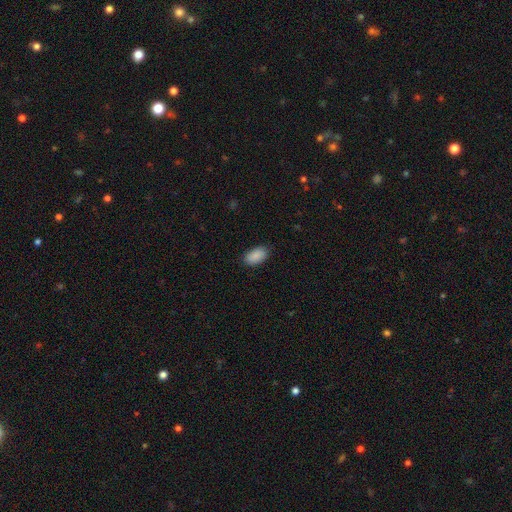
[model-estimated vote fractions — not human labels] Smooth or featured?
  - smooth: 90% *
  - star or artifact: 7%
  - featured or disk: 3%
How rounded?
  - in between: 94% *
  - round: 4%
  - cigar-shaped: 2%
Merging?
  - none: 87% *
  - minor disturbance: 10%
  - major disturbance: 2%
  - merger: 1%